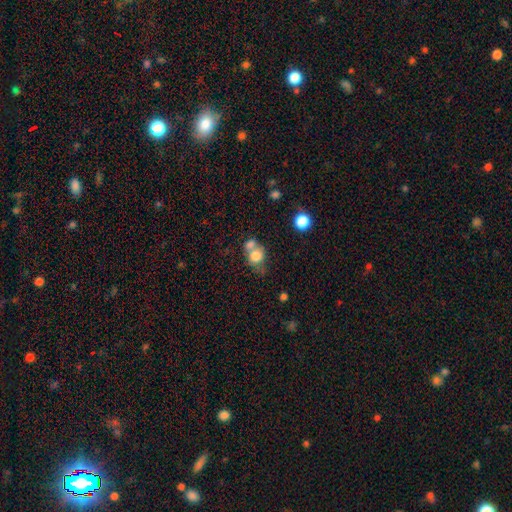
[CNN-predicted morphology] smooth_or_featured: smooth (p=0.76) [alt: featured or disk p=0.14]
how_rounded: round (p=0.72) [alt: in between p=0.27]
merging: merger (p=0.46) [alt: none p=0.37]